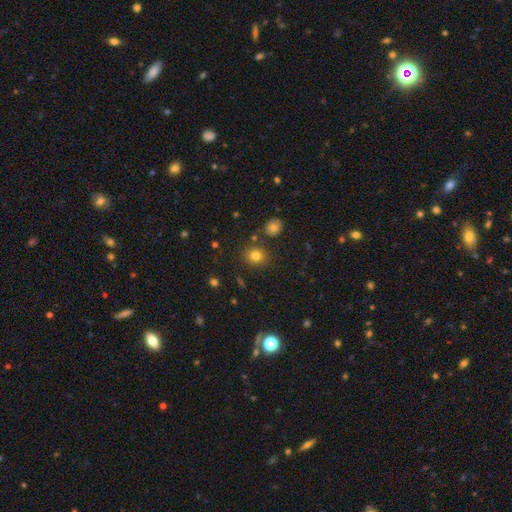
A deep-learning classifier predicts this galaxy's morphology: The model was most divided on "how rounded": round: 82%, in between: 17%, cigar-shaped: 1%. More confident: merging — none (82%); smooth or featured — smooth (80%).